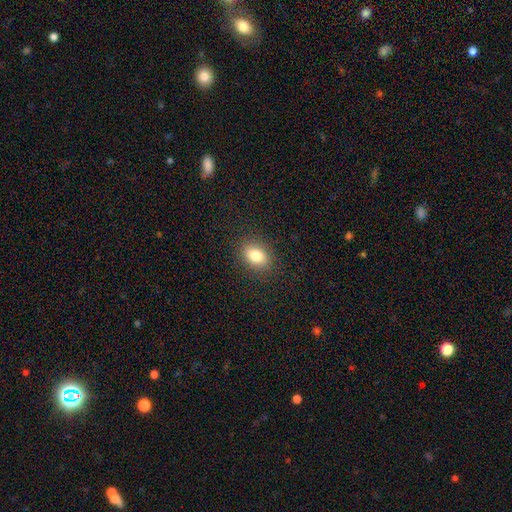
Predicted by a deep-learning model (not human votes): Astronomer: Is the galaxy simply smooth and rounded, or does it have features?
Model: smooth — 82%.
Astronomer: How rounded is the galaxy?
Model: in between — 74%.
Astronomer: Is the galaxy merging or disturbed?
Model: none — 88%.